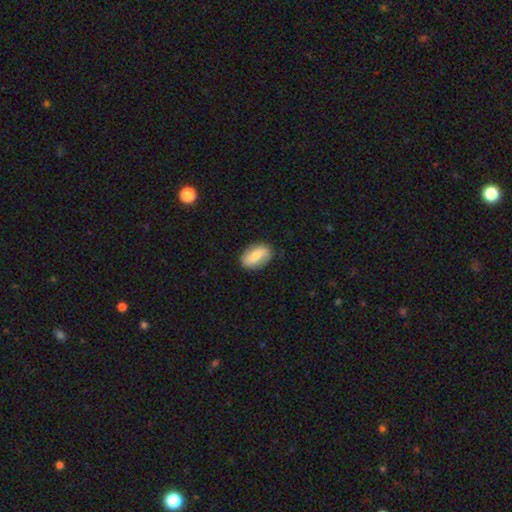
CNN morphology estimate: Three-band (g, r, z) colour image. It shows a smooth galaxy with no disk features (56%) that is in between round and cigar-shaped (88%). Merging: none (84%).